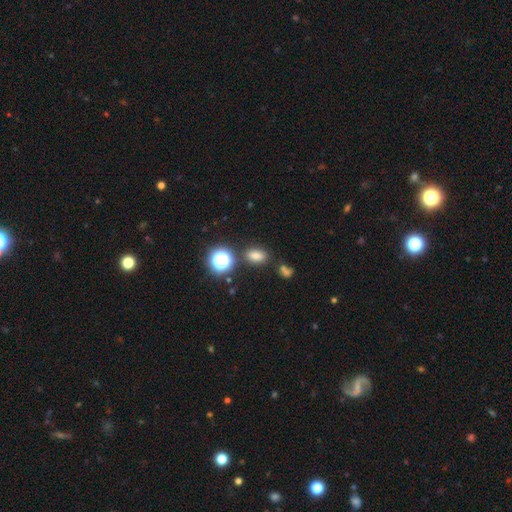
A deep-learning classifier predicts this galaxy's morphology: smooth 75%, star or artifact 19%, featured or disk 6%. Down the decision tree: how rounded — in between (78%); merging — none (79%).